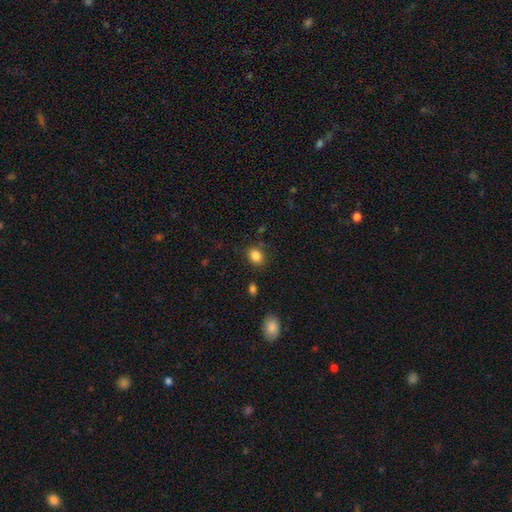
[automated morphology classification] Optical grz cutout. It shows a smooth galaxy with no disk features (85%) that is in between round and cigar-shaped (59%). Merging: none (82%).